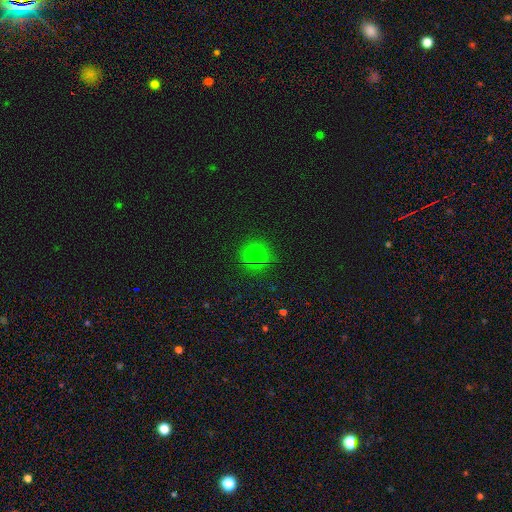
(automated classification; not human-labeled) The model was most divided on "smooth or featured": smooth: 77%, star or artifact: 18%, featured or disk: 5%. More confident: how rounded — round (89%); merging — none (85%).